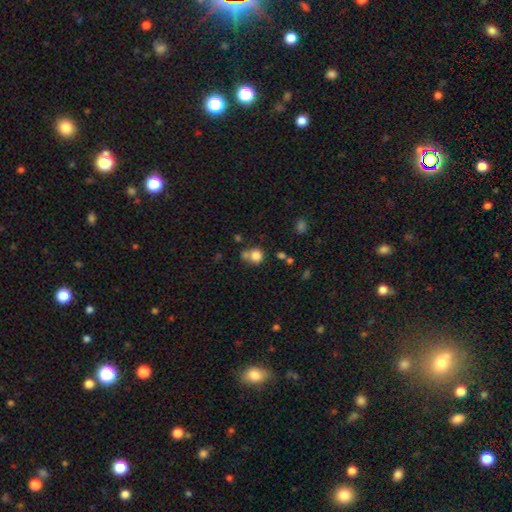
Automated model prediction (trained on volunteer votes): The model was most divided on "merging": none: 54%, merger: 32%, minor disturbance: 10%, major disturbance: 4%. More confident: how rounded — round (87%); smooth or featured — smooth (80%).